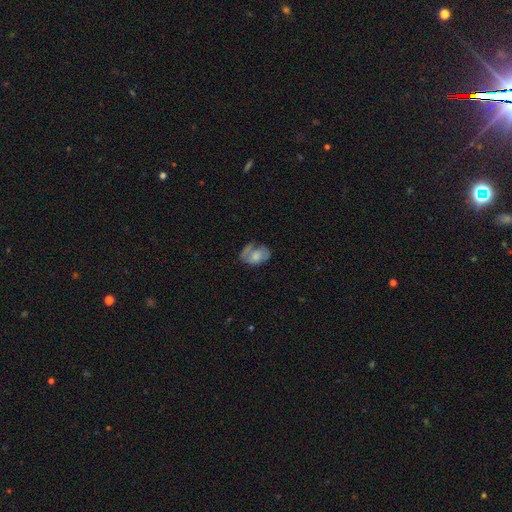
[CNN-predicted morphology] Smooth or featured?
  - smooth: 51% *
  - featured or disk: 41%
  - star or artifact: 8%
How rounded?
  - in between: 79% *
  - round: 20%
  - cigar-shaped: 1%
Merging?
  - none: 41% *
  - minor disturbance: 30%
  - major disturbance: 25%
  - merger: 4%